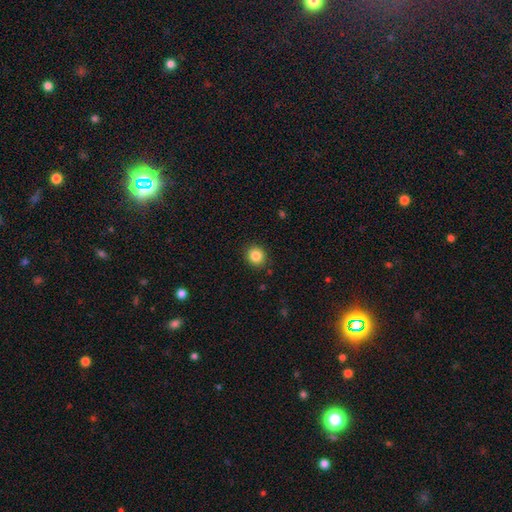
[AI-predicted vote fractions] A smooth galaxy with no disk features (85%) that is round (88%).

Vote fractions:
- Smooth or featured? smooth: 85% / star or artifact: 10% / featured or disk: 5%
- How rounded? round: 88% / in between: 11% / cigar-shaped: 1%
- Merging? none: 90% / minor disturbance: 7% / major disturbance: 2% / merger: 1%